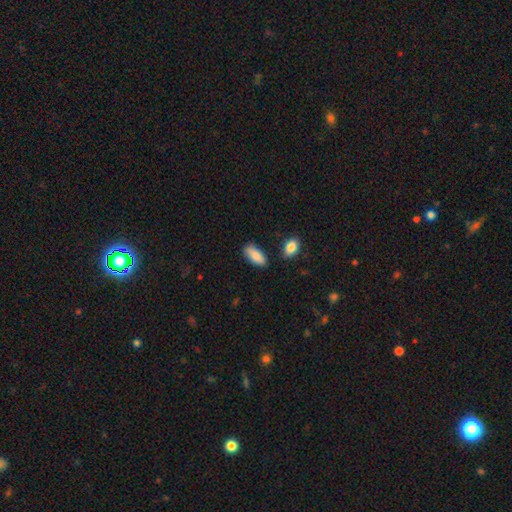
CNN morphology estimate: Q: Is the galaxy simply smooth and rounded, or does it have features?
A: smooth — 87%.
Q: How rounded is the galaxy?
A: in between — 84%.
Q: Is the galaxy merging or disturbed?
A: none — 79%.